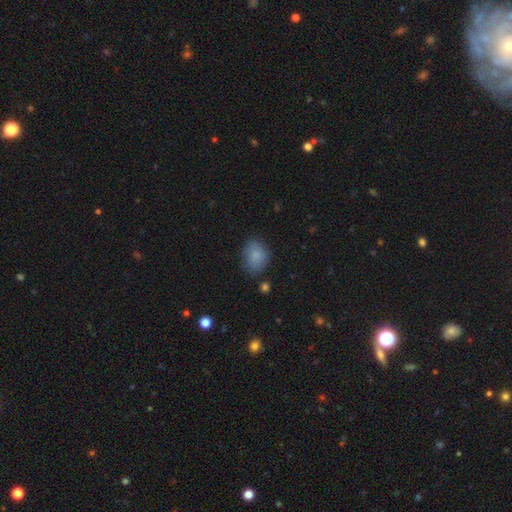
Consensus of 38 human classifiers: smooth_or_featured: smooth (p=0.95) [alt: star or artifact p=0.05]
how_rounded: round (p=0.56) [alt: in between p=0.44]
merging: none (p=0.64) [alt: minor disturbance p=0.31]